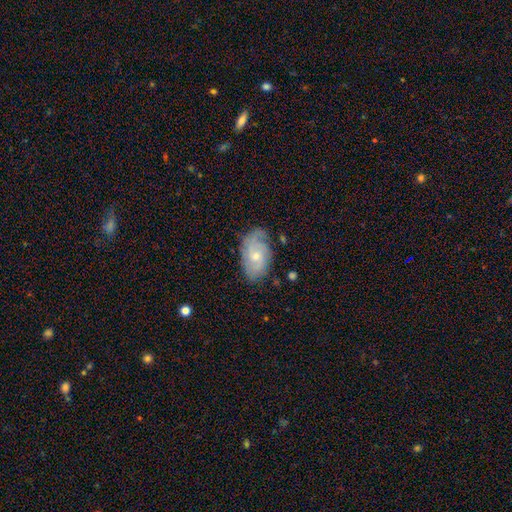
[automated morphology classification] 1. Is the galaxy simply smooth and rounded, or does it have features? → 66% featured or disk, 28% smooth, 6% star or artifact.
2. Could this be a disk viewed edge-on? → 95% no, 5% yes.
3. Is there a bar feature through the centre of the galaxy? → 72% no, 25% weak, 3% strong.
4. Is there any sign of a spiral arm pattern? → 89% yes, 11% no.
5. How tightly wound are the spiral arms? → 52% tight, 34% medium, 14% loose.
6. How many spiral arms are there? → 36% 2, 34% can't tell, 14% 3, 8% 1, 4% 4, 3% more than 4.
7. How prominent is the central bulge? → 52% small, 44% moderate, 2% none, 2% large, 1% dominant.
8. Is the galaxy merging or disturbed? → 68% none, 24% minor disturbance, 7% major disturbance, 2% merger.